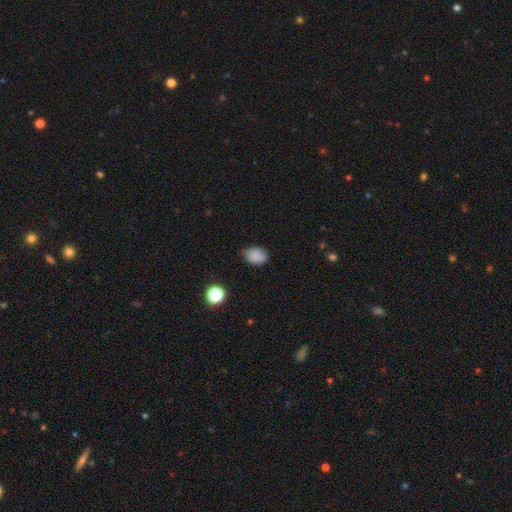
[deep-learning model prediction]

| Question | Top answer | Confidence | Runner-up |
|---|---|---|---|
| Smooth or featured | smooth | 82% | star or artifact (11%) |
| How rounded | in between | 69% | round (30%) |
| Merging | none | 77% | minor disturbance (18%) |